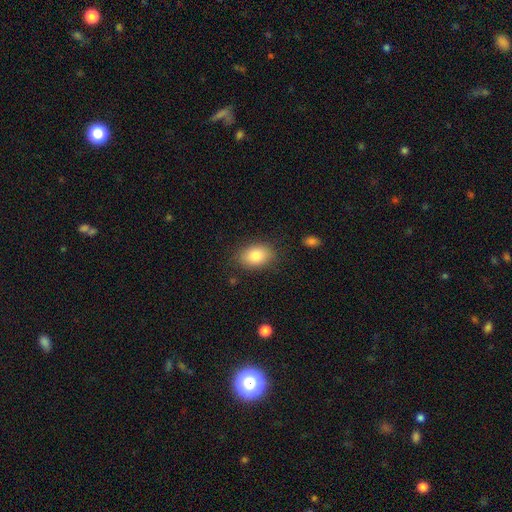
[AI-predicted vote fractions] Overall: smooth (83%). How rounded: in between (81%). Merging: none (83%).